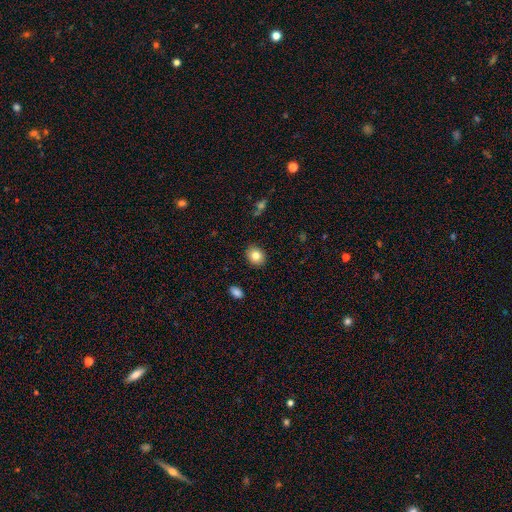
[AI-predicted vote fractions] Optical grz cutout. It shows a smooth galaxy with no disk features (82%) that is round (59%). Merging: none (90%).